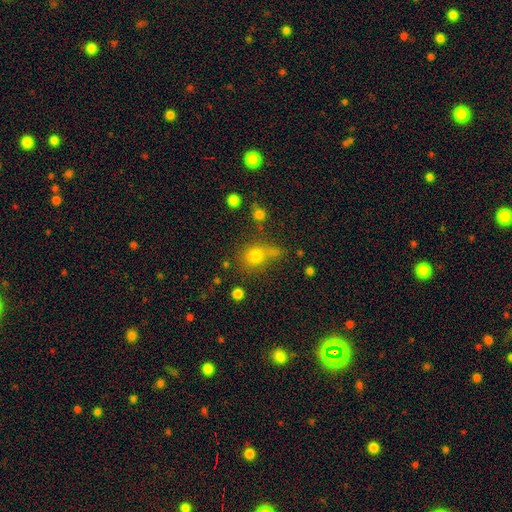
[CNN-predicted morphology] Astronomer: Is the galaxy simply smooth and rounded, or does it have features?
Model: smooth — 74%.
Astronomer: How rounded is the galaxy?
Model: round — 65%.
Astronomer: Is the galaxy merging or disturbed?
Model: none — 51%.